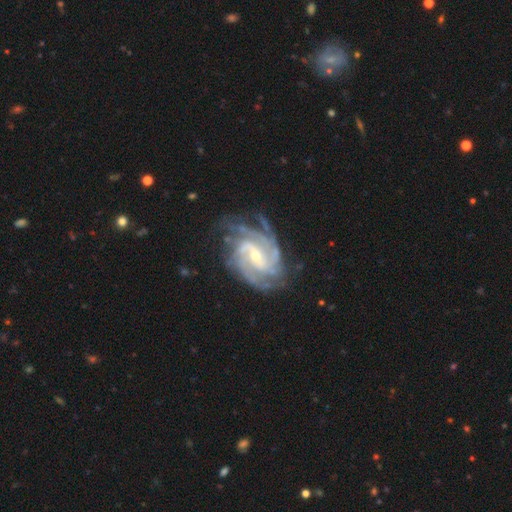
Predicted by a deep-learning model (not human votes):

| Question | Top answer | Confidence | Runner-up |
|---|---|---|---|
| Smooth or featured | featured or disk | 92% | star or artifact (5%) |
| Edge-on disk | no | 97% | yes (3%) |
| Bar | weak | 49% | strong (29%) |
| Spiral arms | yes | 98% | no (2%) |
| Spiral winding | tight | 53% | medium (40%) |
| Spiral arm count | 2 | 27% | 3 (26%) |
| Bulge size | small | 62% | moderate (35%) |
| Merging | none | 69% | minor disturbance (20%) |